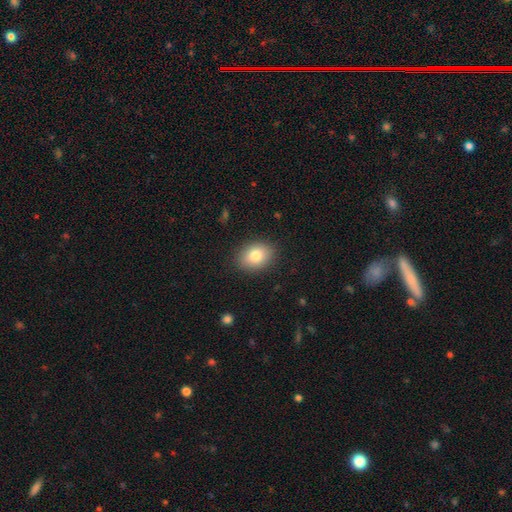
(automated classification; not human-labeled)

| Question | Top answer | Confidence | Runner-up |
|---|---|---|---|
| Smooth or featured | smooth | 81% | featured or disk (11%) |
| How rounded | in between | 69% | round (30%) |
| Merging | none | 88% | minor disturbance (8%) |